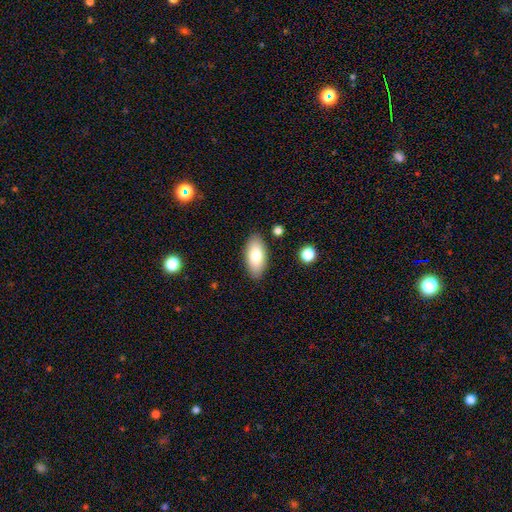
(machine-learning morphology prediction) A smooth galaxy with no disk features (79%) that is in between round and cigar-shaped (91%).

Vote fractions:
- Smooth or featured? smooth: 79% / featured or disk: 14% / star or artifact: 7%
- How rounded? in between: 91% / cigar-shaped: 7% / round: 2%
- Merging? none: 86% / minor disturbance: 10% / major disturbance: 2% / merger: 2%